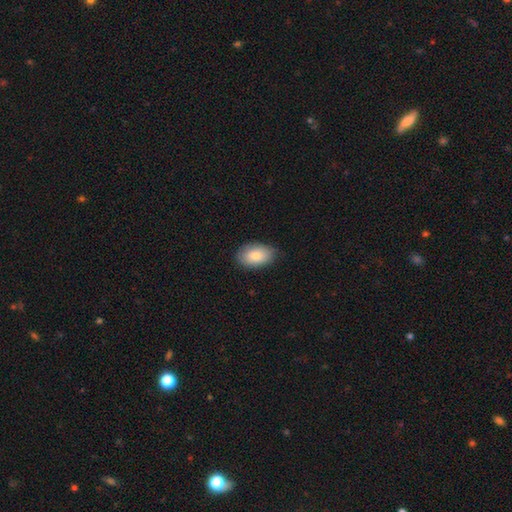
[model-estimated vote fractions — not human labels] smooth_or_featured: smooth (p=0.83) [alt: featured or disk p=0.10]
how_rounded: in between (p=0.91) [alt: round p=0.08]
merging: none (p=0.81) [alt: minor disturbance p=0.15]